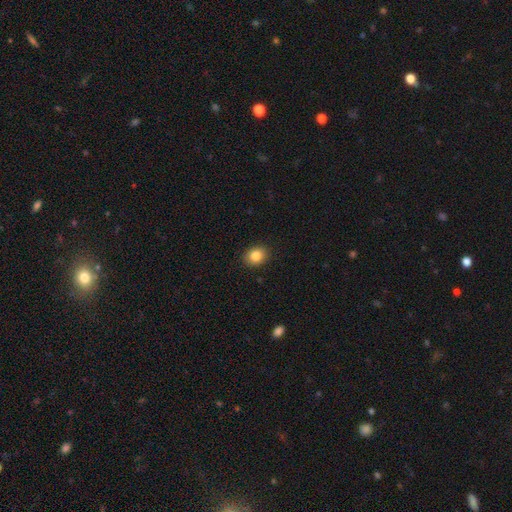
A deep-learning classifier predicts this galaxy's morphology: The model was most divided on "how rounded": round: 58%, in between: 42%, cigar-shaped: 1%. More confident: merging — none (88%); smooth or featured — smooth (85%).